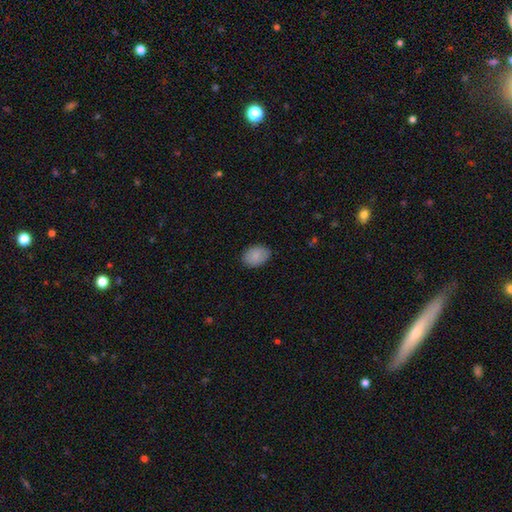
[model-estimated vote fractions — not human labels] The model was most divided on "how rounded": in between: 77%, round: 22%, cigar-shaped: 1%. More confident: smooth or featured — smooth (87%); merging — none (85%).